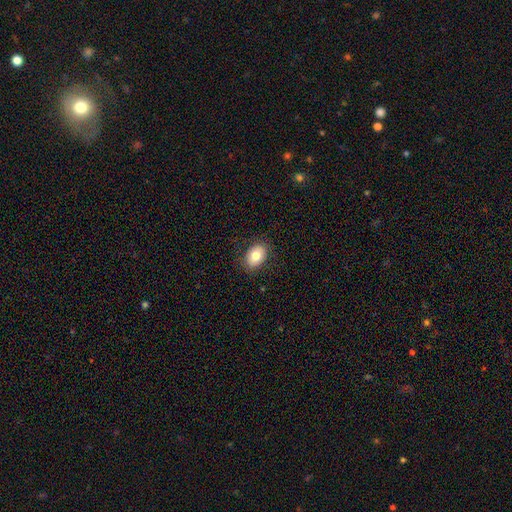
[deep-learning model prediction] A smooth galaxy with no disk features (79%) that is in between round and cigar-shaped (81%).

Vote fractions:
- Smooth or featured? smooth: 79% / featured or disk: 13% / star or artifact: 8%
- How rounded? in between: 81% / round: 18% / cigar-shaped: 1%
- Merging? none: 86% / minor disturbance: 10% / major disturbance: 3% / merger: 1%